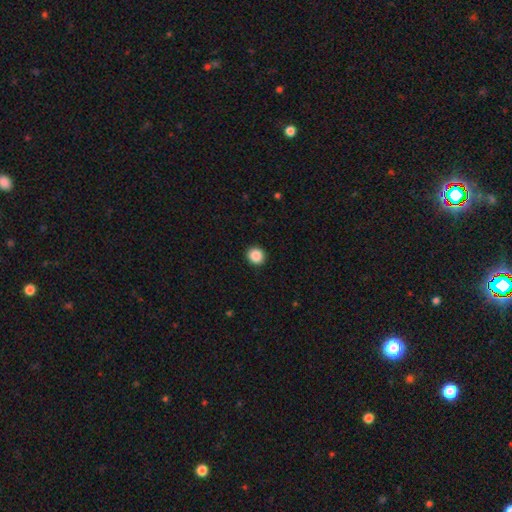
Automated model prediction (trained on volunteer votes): This is clearly a smooth galaxy (88%). How rounded: clearly round (89%). Merging: clearly none (93%).